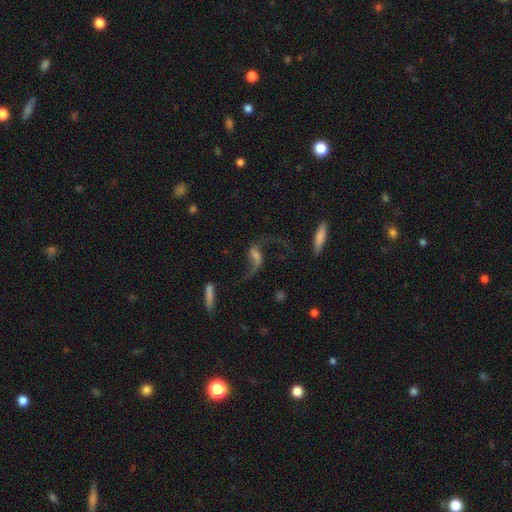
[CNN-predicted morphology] featured or disk 78%, smooth 13%, star or artifact 9%. Down the decision tree: edge-on disk — no (95%); bar — weak (41%); spiral arms — yes (90%); spiral arm count — 2 (89%); spiral winding — loose (92%); bulge size — none (41%); merging — none (54%).